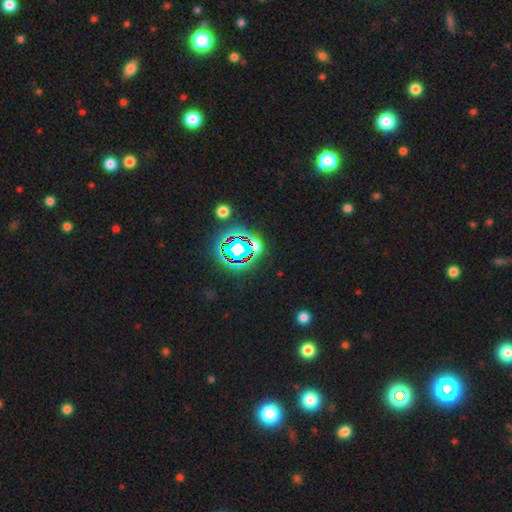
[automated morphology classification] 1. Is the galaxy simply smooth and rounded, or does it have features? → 78% star or artifact, 14% smooth, 8% featured or disk.